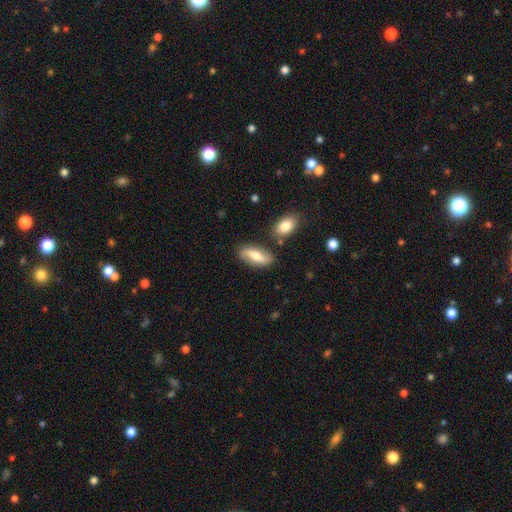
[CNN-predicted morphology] type=smooth (52%); roundness=in between (79%); merging=none (77%).